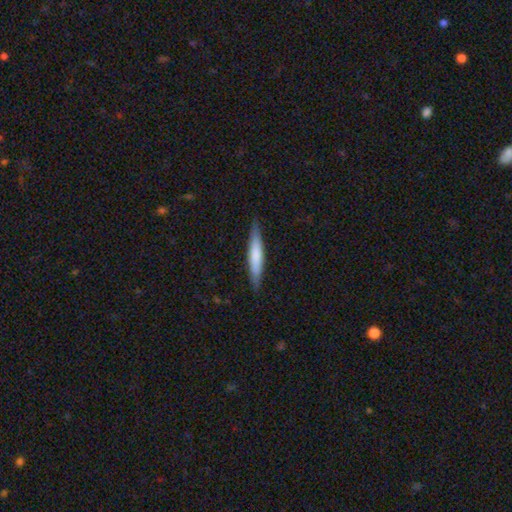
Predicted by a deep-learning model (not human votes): smooth 66%, featured or disk 28%, star or artifact 5%. Down the decision tree: how rounded — cigar-shaped (91%); merging — none (88%).